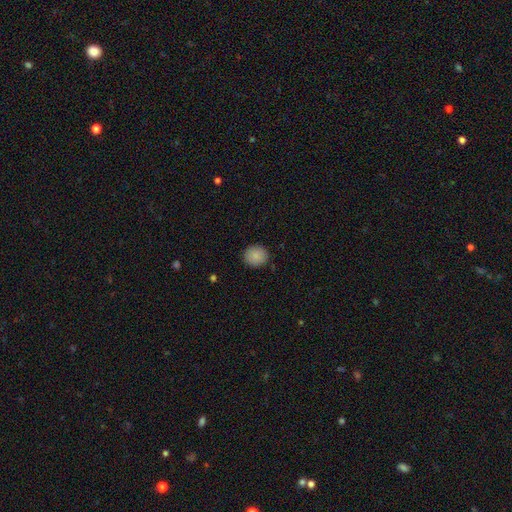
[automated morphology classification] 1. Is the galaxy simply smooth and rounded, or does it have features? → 86% smooth, 8% star or artifact, 6% featured or disk.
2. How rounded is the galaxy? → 85% round, 14% in between, 1% cigar-shaped.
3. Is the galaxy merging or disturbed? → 90% none, 7% minor disturbance, 2% major disturbance, 1% merger.